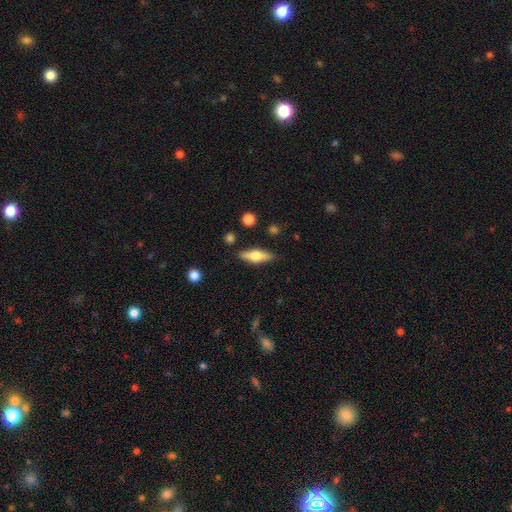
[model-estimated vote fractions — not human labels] Q: Smooth or featured?
A: featured or disk (51%); runner-up: smooth (43%)
Q: Edge-on disk?
A: yes (92%); runner-up: no (8%)
Q: Merging?
A: none (84%); runner-up: minor disturbance (11%)